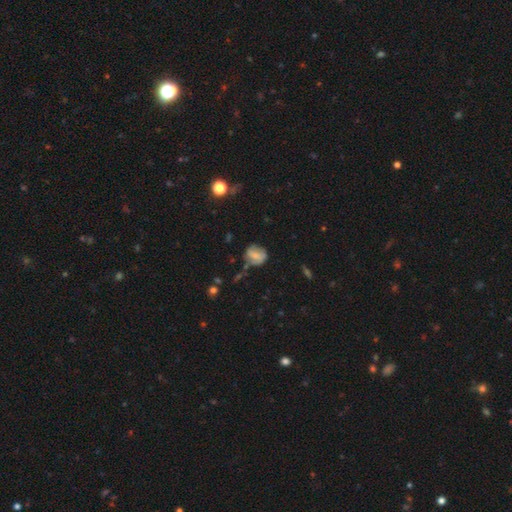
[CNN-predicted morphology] A smooth galaxy with no disk features (55%) that is round (62%).

Vote fractions:
- Smooth or featured? smooth: 55% / featured or disk: 36% / star or artifact: 10%
- How rounded? round: 62% / in between: 36% / cigar-shaped: 2%
- Merging? none: 59% / minor disturbance: 25% / major disturbance: 10% / merger: 5%